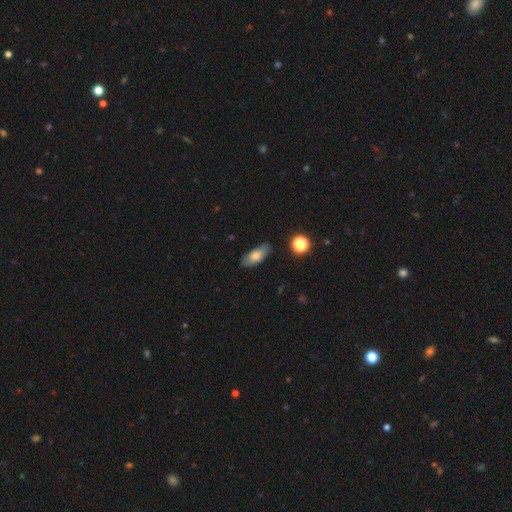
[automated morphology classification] Overall: smooth (72%). How rounded: in between (83%). Merging: none (82%).